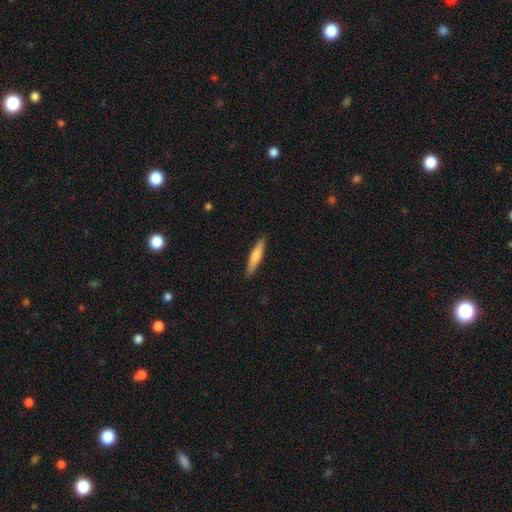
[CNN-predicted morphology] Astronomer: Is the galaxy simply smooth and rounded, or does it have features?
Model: smooth — 64%.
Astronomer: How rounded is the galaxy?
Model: cigar-shaped — 88%.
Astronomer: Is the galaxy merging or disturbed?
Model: none — 90%.